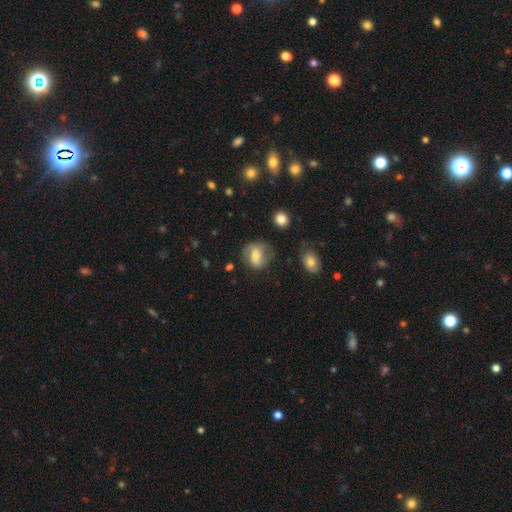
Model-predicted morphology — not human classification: Overall: smooth (51%; featured or disk 41%). How rounded: round (56%; in between 41%). Merging: none (64%).